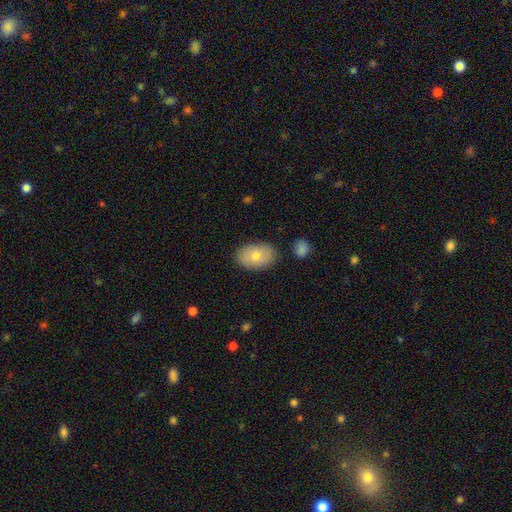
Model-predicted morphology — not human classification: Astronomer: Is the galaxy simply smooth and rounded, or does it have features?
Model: smooth — 77%.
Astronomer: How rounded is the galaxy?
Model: in between — 90%.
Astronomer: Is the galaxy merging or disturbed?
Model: none — 85%.